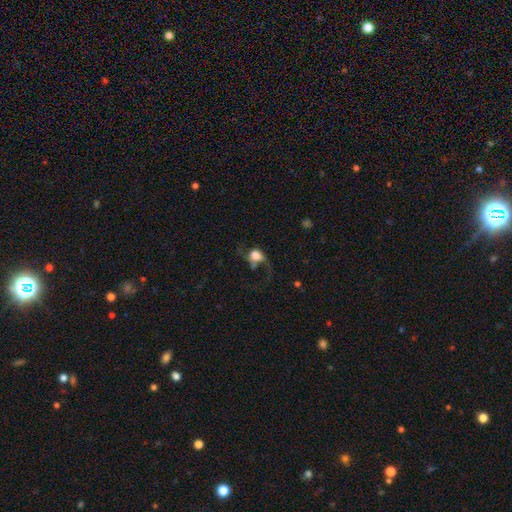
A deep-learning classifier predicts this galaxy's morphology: This is possibly a smooth galaxy (58%). How rounded: possibly round (56%). Merging: possibly major disturbance (46%).